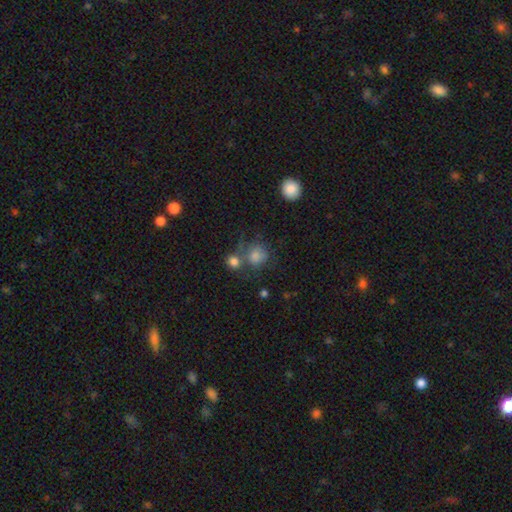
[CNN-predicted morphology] Overall: smooth (75%). How rounded: round (83%). Merging: none (51%; merger 25%).